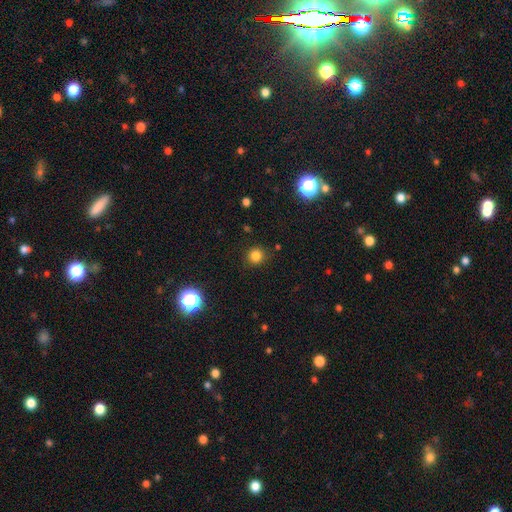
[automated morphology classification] type=smooth (81%); roundness=round (91%); merging=none (88%).